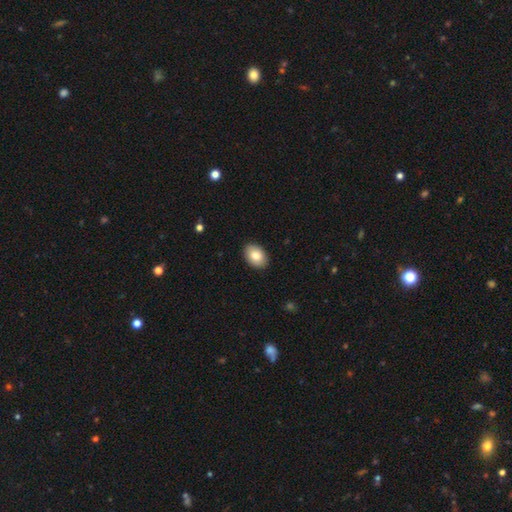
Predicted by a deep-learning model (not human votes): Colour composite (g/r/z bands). It shows a smooth galaxy with no disk features (81%) that is in between round and cigar-shaped (83%). Merging: none (90%).